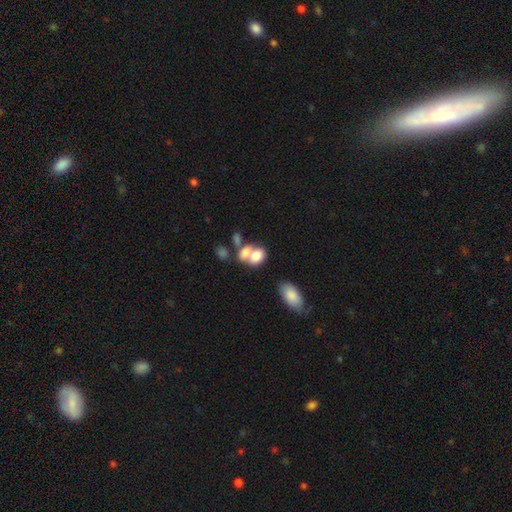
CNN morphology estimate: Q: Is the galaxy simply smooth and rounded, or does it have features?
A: smooth — 73%.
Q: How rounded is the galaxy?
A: in between — 79%.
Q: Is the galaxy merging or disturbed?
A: merger — 61%.